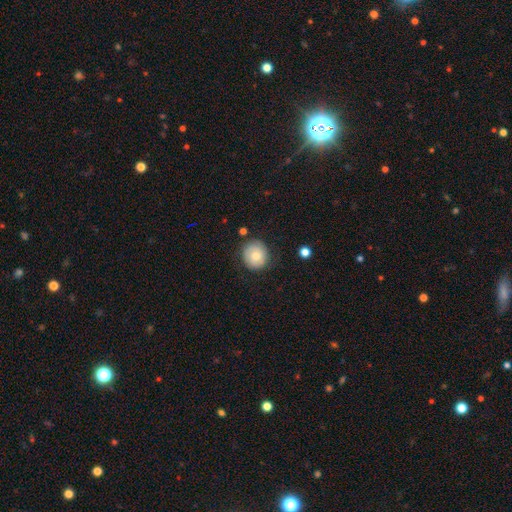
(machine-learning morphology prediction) Overall: smooth (75%). How rounded: round (85%). Merging: none (77%).